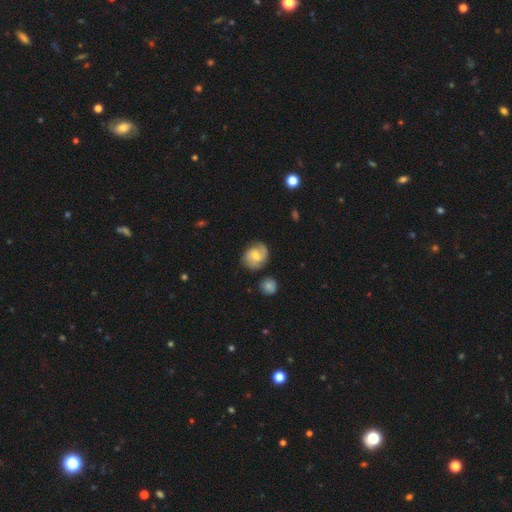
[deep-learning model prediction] A featured or disk galaxy (61%) with no bar (46%, tied with weak), 2 (67%) medium (44%) spiral arms (89%) and a moderate central bulge (59%).

Vote fractions:
- Smooth or featured? featured or disk: 61% / smooth: 31% / star or artifact: 7%
- Edge-on disk? no: 97% / yes: 3%
- Bar? no: 46% (tied) / weak: 46% (tied) / strong: 8%
- Spiral arms? yes: 89% / no: 11%
- Spiral winding? medium: 44% / tight: 33% / loose: 23%
- Spiral arm count? 2: 67% / can't tell: 15% / 1: 8% / 3: 7% / 4: 2% / more than 4: 2%
- Bulge size? moderate: 59% / small: 35% / large: 3% / none: 2% / dominant: 1%
- Merging? none: 72% / minor disturbance: 19% / major disturbance: 5% / merger: 3%